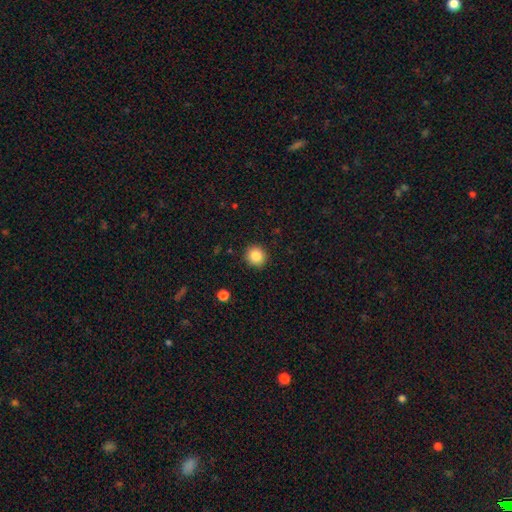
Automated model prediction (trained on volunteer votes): This is clearly a smooth galaxy (85%). How rounded: clearly round (90%). Merging: clearly none (91%).